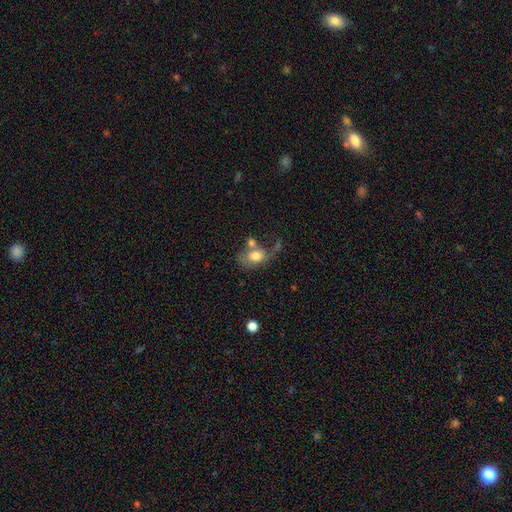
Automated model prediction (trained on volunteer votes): smooth_or_featured: smooth (p=0.67) [alt: featured or disk p=0.25]
how_rounded: in between (p=0.67) [alt: round p=0.31]
merging: merger (p=0.33) [alt: major disturbance p=0.25]